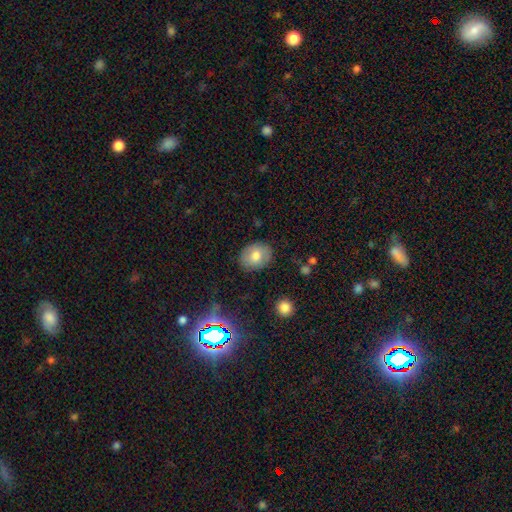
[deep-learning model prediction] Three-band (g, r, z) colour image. It shows a smooth galaxy with no disk features (74%) that is in between round and cigar-shaped (59%). Merging: none (85%).